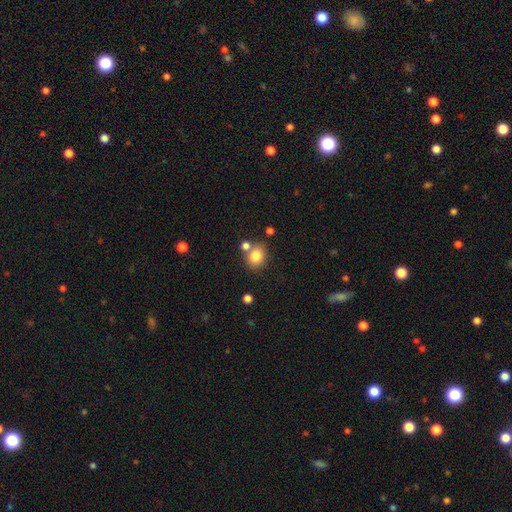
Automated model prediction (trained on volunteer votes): Smooth or featured?
  - smooth: 83% *
  - star or artifact: 11%
  - featured or disk: 7%
How rounded?
  - round: 70% *
  - in between: 29%
  - cigar-shaped: 1%
Merging?
  - none: 66% *
  - merger: 19%
  - minor disturbance: 11%
  - major disturbance: 4%